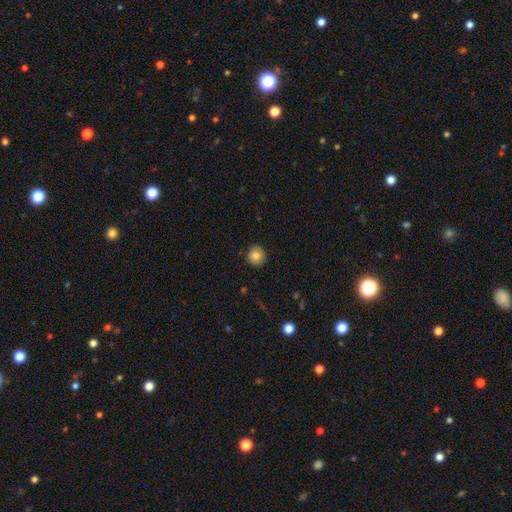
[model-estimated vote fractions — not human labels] Smooth or featured? smooth (83%)
How rounded? round (93%)
Merging? none (91%)